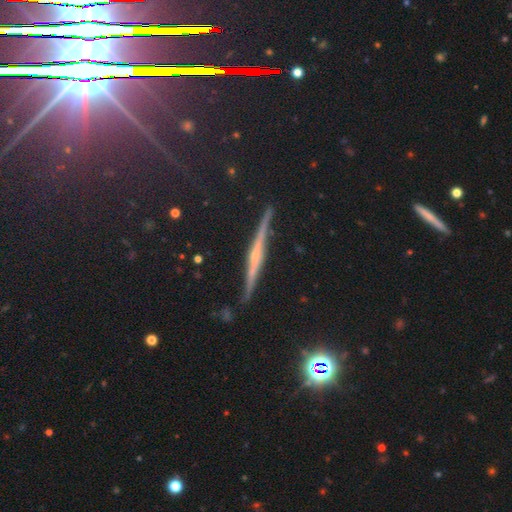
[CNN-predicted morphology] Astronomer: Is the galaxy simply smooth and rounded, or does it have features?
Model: featured or disk — 69%.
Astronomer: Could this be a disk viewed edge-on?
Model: yes — 96%.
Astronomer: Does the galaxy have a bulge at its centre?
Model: rounded — 51% (runner-up: none, 33%).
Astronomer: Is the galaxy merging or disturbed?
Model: none — 87%.